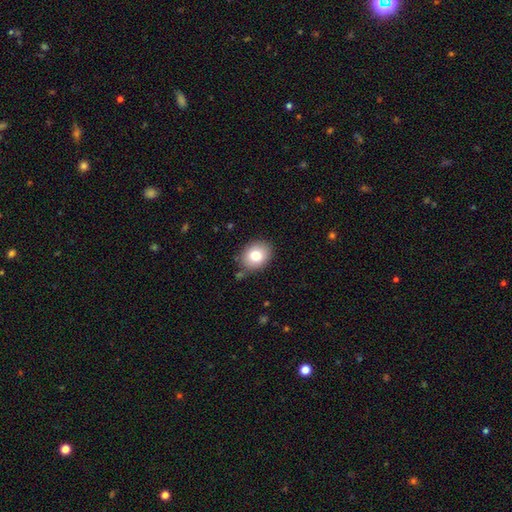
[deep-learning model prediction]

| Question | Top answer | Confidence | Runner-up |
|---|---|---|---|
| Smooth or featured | smooth | 80% | featured or disk (11%) |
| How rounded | in between | 53% | round (46%) |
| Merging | none | 84% | minor disturbance (11%) |